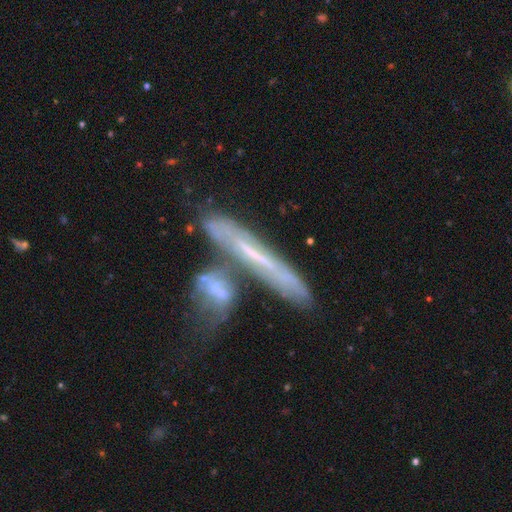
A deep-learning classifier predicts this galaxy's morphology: Smooth or featured? Predicted: featured or disk (p=0.62). Edge-on disk? Predicted: yes (p=0.67). Merging? Predicted: merger (p=0.42).